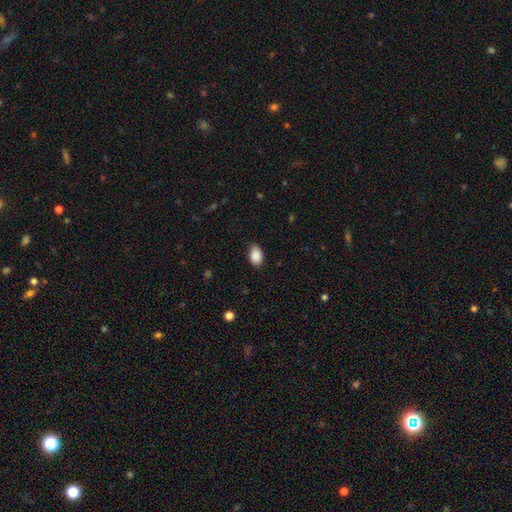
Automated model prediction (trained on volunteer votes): smooth_or_featured: smooth (p=0.90) [alt: star or artifact p=0.07]
how_rounded: in between (p=0.86) [alt: round p=0.13]
merging: none (p=0.84) [alt: minor disturbance p=0.13]